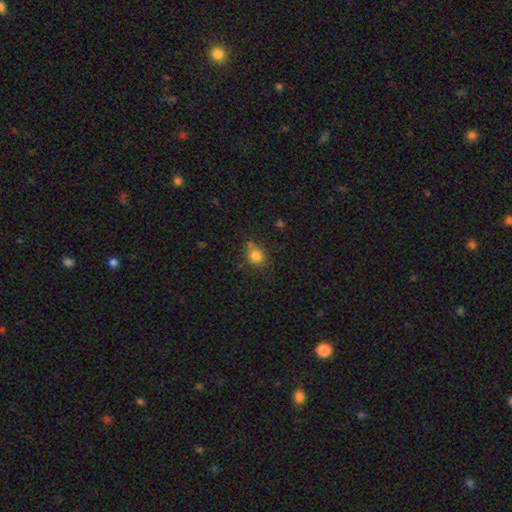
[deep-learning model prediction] Overall: smooth (81%). How rounded: round (73%). Merging: none (70%).